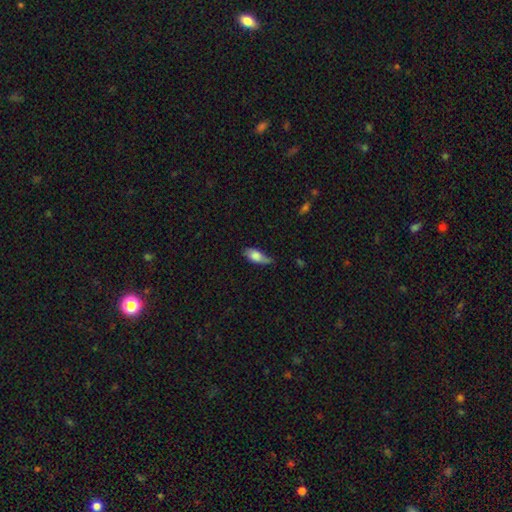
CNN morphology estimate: This appears to be a smooth galaxy with no disk features (75%) that is in between round and cigar-shaped (84%). Merging: minor disturbance (43%).